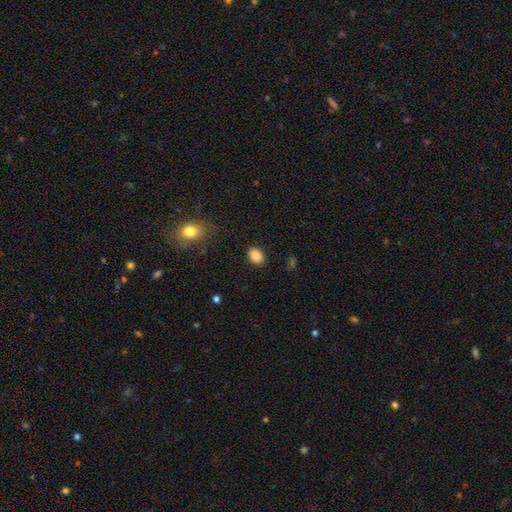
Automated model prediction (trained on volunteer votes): smooth-or-featured: smooth: 87% | star or artifact: 9% | featured or disk: 4%
  how-rounded: in between: 71% | round: 28% | cigar-shaped: 1%
  merging: none: 86% | minor disturbance: 10% | major disturbance: 3% | merger: 1%